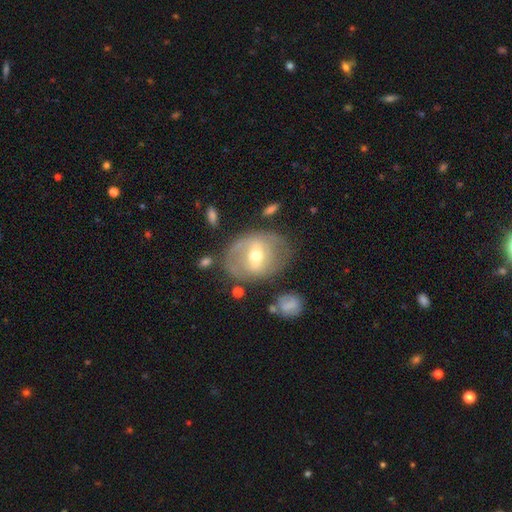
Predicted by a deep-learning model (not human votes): featured or disk 64%, smooth 29%, star or artifact 7%. Down the decision tree: edge-on disk — no (93%); bar — weak (44%); spiral arms — no (52%); bulge size — moderate (69%); merging — none (67%).